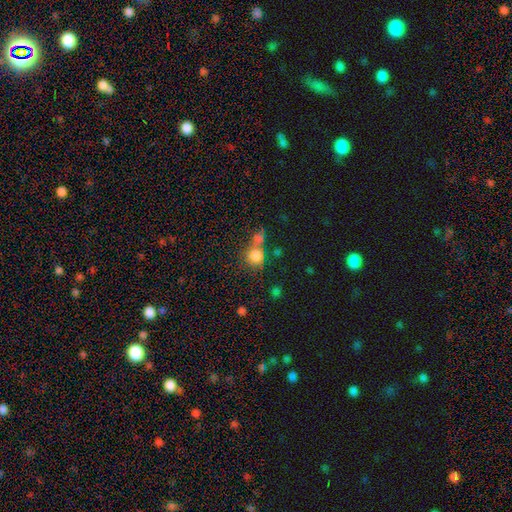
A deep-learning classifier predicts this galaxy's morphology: Smooth or featured?
  - smooth: 79% *
  - star or artifact: 12%
  - featured or disk: 9%
How rounded?
  - round: 85% *
  - in between: 14%
  - cigar-shaped: 1%
Merging?
  - none: 46% *
  - merger: 35%
  - minor disturbance: 12%
  - major disturbance: 7%